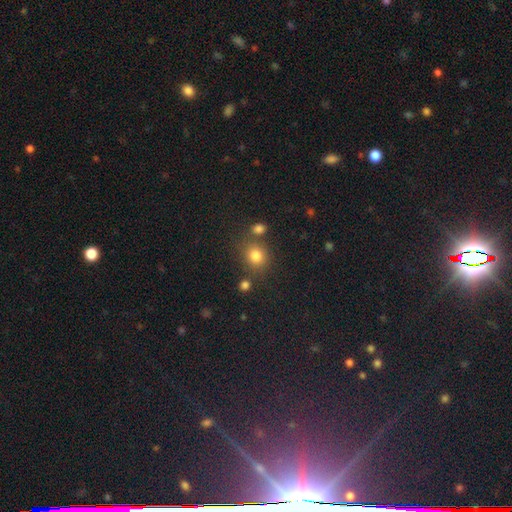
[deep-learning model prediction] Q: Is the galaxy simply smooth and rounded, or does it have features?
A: smooth — 79%.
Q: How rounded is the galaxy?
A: round — 77%.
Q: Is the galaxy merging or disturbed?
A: none — 71%.